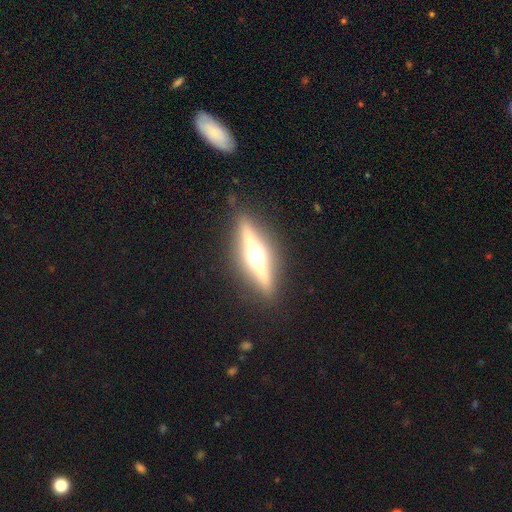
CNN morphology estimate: Smooth or featured?
  - featured or disk: 78% *
  - smooth: 14%
  - star or artifact: 8%
Edge-on disk?
  - yes: 97% *
  - no: 3%
Edge-on bulge?
  - rounded: 95% *
  - boxy: 4%
  - none: 1%
Merging?
  - none: 89% *
  - minor disturbance: 8%
  - major disturbance: 2%
  - merger: 1%